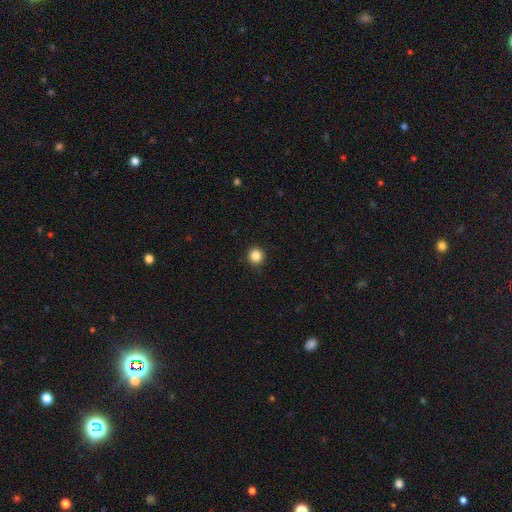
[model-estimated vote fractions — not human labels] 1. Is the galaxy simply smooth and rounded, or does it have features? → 85% smooth, 11% star or artifact, 4% featured or disk.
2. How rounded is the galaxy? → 95% round, 4% in between, 1% cigar-shaped.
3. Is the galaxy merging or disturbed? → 93% none, 4% minor disturbance, 2% major disturbance, 1% merger.